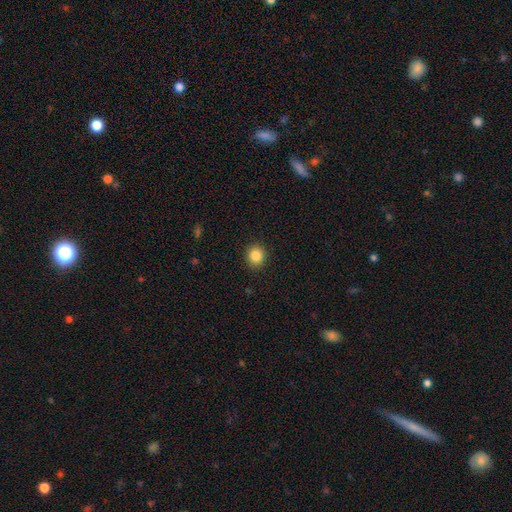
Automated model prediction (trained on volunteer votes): Smooth or featured?
  - smooth: 86% *
  - star or artifact: 10%
  - featured or disk: 4%
How rounded?
  - round: 82% *
  - in between: 17%
  - cigar-shaped: 1%
Merging?
  - none: 91% *
  - minor disturbance: 6%
  - major disturbance: 2%
  - merger: 1%